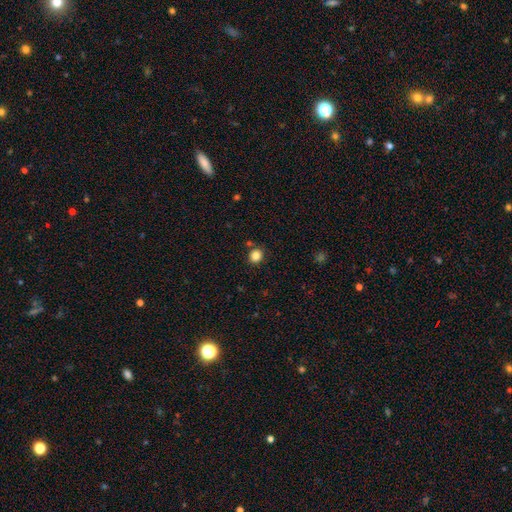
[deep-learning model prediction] Overall: smooth (84%). How rounded: round (82%). Merging: none (84%).